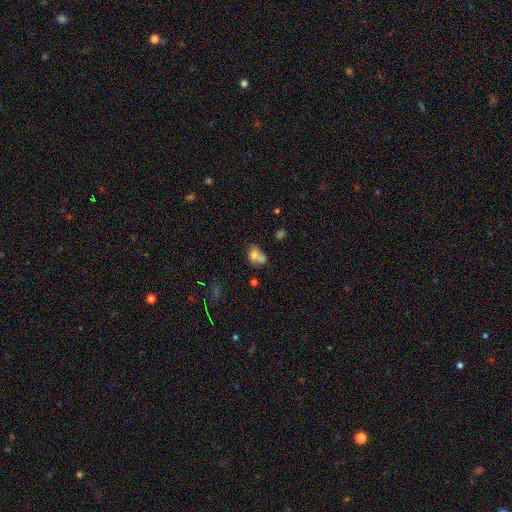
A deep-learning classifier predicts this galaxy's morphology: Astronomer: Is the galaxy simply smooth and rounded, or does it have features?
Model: smooth — 69%.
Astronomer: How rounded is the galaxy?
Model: in between — 64%.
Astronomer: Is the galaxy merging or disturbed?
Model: merger — 54%.